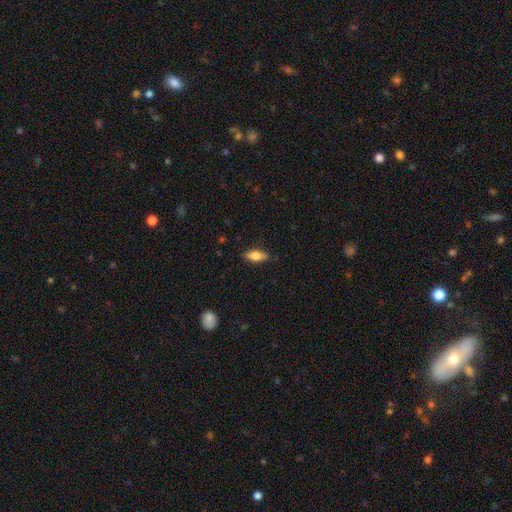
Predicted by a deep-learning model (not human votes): Smooth or featured? Predicted: smooth (p=0.74). How rounded? Predicted: in between (p=0.77). Merging? Predicted: none (p=0.85).